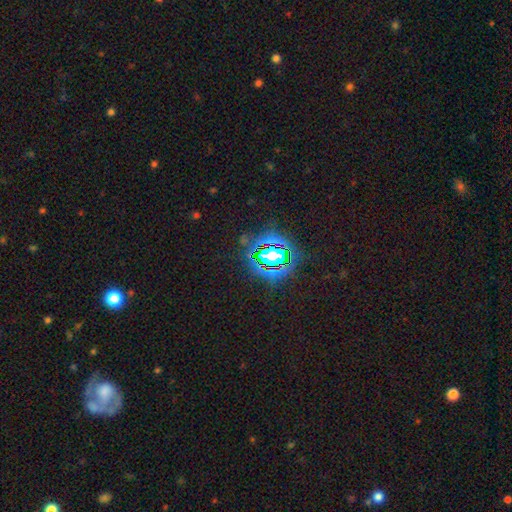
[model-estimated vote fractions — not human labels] Smooth or featured: star or artifact — 83% (smooth — 11%)